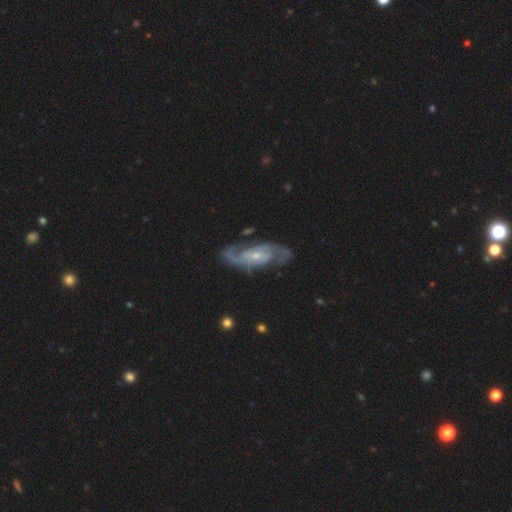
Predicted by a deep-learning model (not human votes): Smooth or featured?
  - featured or disk: 89% *
  - smooth: 6%
  - star or artifact: 5%
Edge-on disk?
  - no: 95% *
  - yes: 5%
Bar?
  - no: 52% *
  - weak: 35%
  - strong: 13%
Spiral arms?
  - yes: 97% *
  - no: 3%
Spiral winding?
  - medium: 50% *
  - tight: 35%
  - loose: 15%
Spiral arm count?
  - 2: 85% *
  - can't tell: 6%
  - 3: 4%
  - 1: 2%
  - 4: 2%
  - more than 4: 2%
Bulge size?
  - small: 71% *
  - moderate: 24%
  - none: 2%
  - large: 2%
  - dominant: 1%
Merging?
  - none: 77% *
  - minor disturbance: 15%
  - major disturbance: 6%
  - merger: 2%